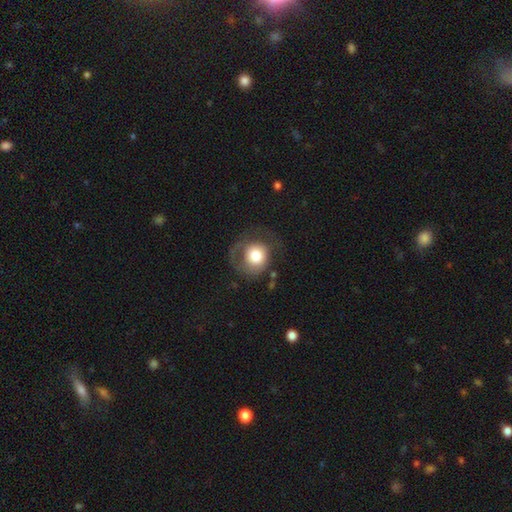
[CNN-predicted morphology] smooth 67%, featured or disk 25%, star or artifact 8%. Down the decision tree: how rounded — round (84%); merging — none (45%).